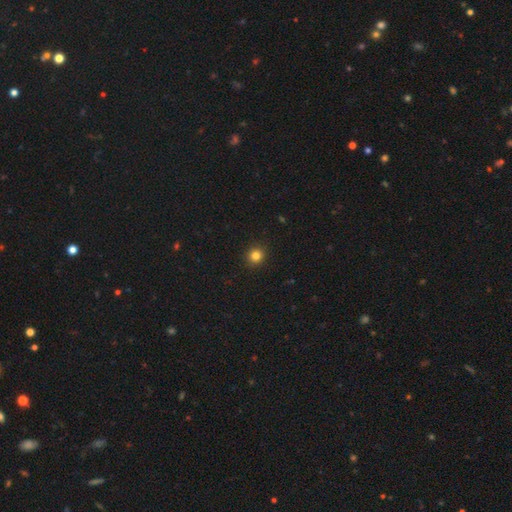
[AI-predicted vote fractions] A smooth galaxy with no disk features (83%) that is round (90%).

Vote fractions:
- Smooth or featured? smooth: 83% / star or artifact: 12% / featured or disk: 4%
- How rounded? round: 90% / in between: 9% / cigar-shaped: 1%
- Merging? none: 92% / minor disturbance: 5% / major disturbance: 2% / merger: 1%